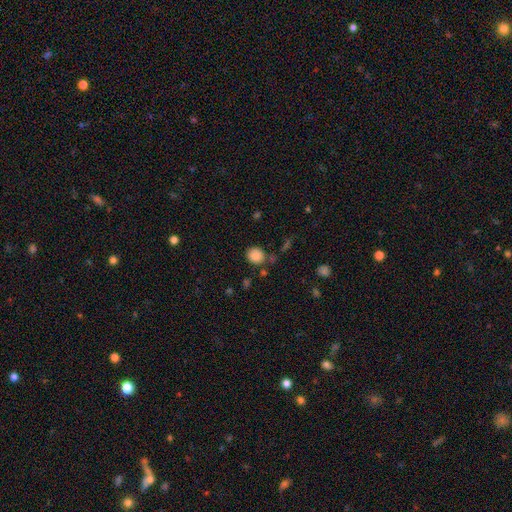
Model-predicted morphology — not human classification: Smooth or featured: smooth — 85% (star or artifact — 10%)
How rounded: round — 75% (in between — 24%)
Merging: none — 74% (minor disturbance — 14%)